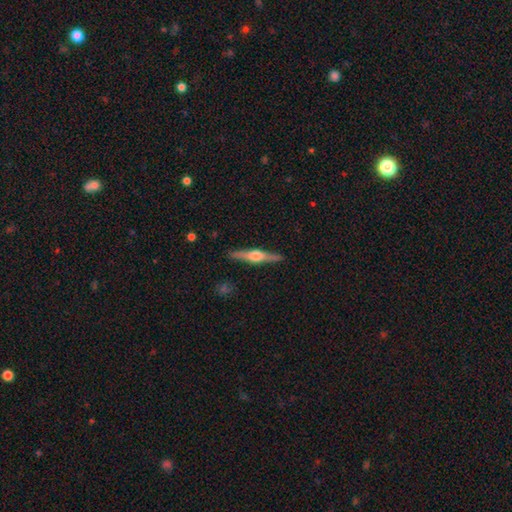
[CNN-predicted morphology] The model was most divided on "smooth or featured": featured or disk: 74%, smooth: 21%, star or artifact: 5%. More confident: edge-on disk — yes (98%); edge-on bulge — rounded (92%); merging — none (91%).